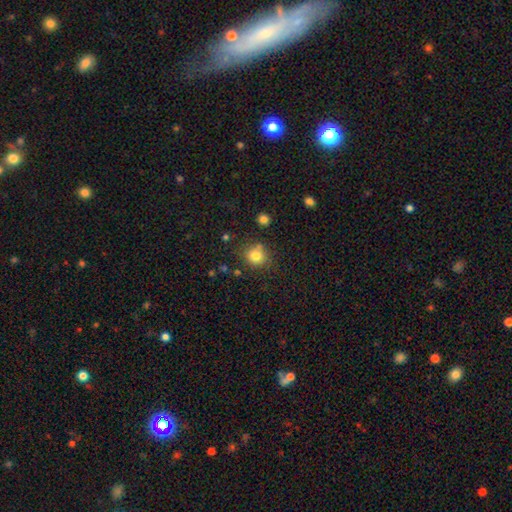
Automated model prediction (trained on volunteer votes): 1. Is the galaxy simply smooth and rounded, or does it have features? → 81% smooth, 12% star or artifact, 7% featured or disk.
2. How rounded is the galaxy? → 84% round, 15% in between, 1% cigar-shaped.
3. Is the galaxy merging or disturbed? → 74% none, 13% minor disturbance, 8% merger, 4% major disturbance.